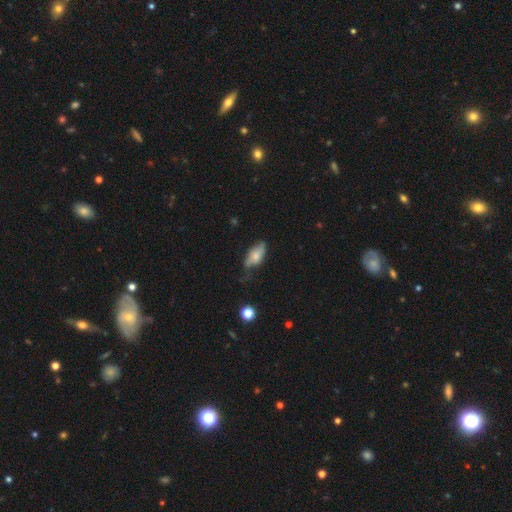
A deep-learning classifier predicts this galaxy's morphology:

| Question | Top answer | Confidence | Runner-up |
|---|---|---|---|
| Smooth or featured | smooth | 68% | featured or disk (25%) |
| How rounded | in between | 86% | cigar-shaped (10%) |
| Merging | none | 45% | minor disturbance (38%) |